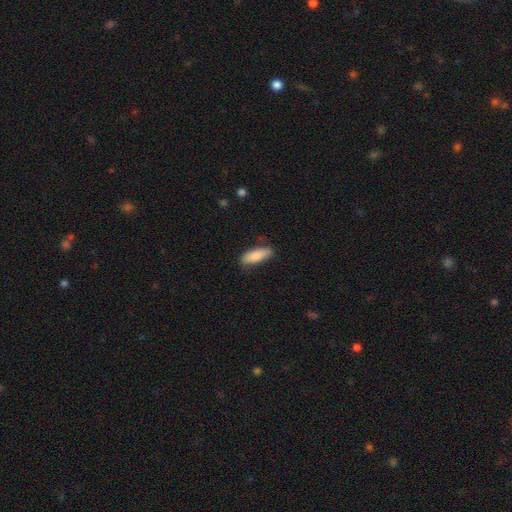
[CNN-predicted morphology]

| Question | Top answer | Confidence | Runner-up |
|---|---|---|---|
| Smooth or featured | smooth | 87% | featured or disk (7%) |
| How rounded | in between | 65% | cigar-shaped (33%) |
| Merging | none | 82% | minor disturbance (14%) |